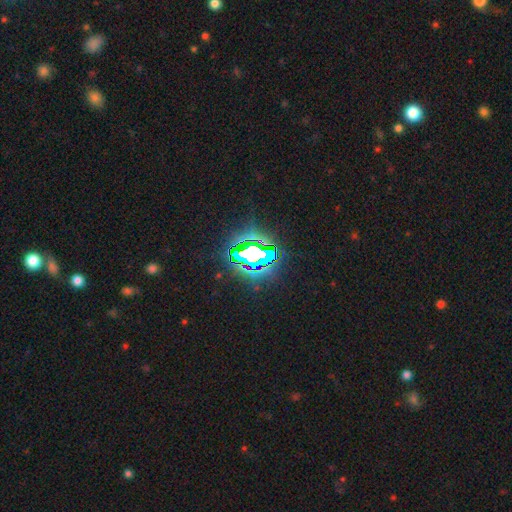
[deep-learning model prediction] star or artifact 71%, smooth 15%, featured or disk 14%.